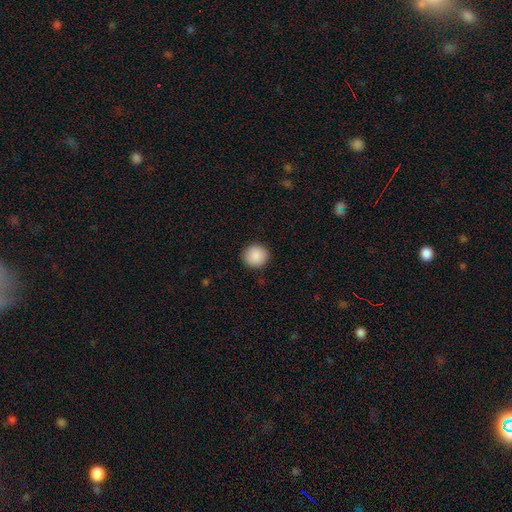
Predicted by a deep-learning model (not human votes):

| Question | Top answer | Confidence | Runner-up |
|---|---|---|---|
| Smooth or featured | smooth | 90% | star or artifact (7%) |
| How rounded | round | 93% | in between (6%) |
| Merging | none | 92% | minor disturbance (6%) |